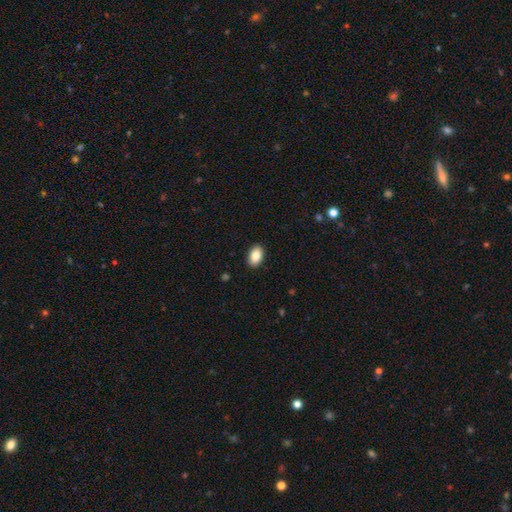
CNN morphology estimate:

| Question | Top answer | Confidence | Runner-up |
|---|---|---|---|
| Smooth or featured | smooth | 87% | star or artifact (7%) |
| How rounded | in between | 91% | round (8%) |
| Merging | none | 90% | minor disturbance (7%) |